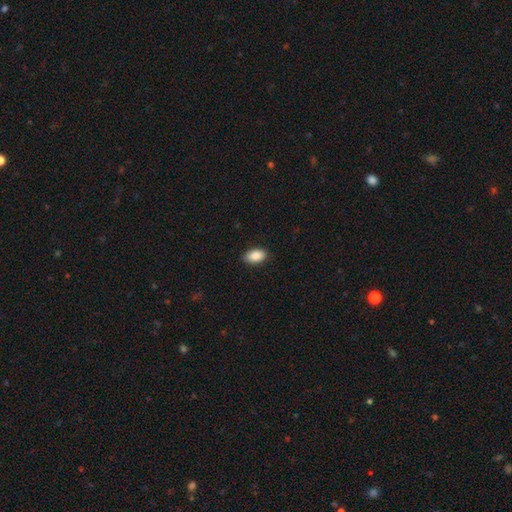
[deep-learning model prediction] This appears to be a smooth galaxy with no disk features (90%) that is in between round and cigar-shaped (93%). Merging: none (87%).